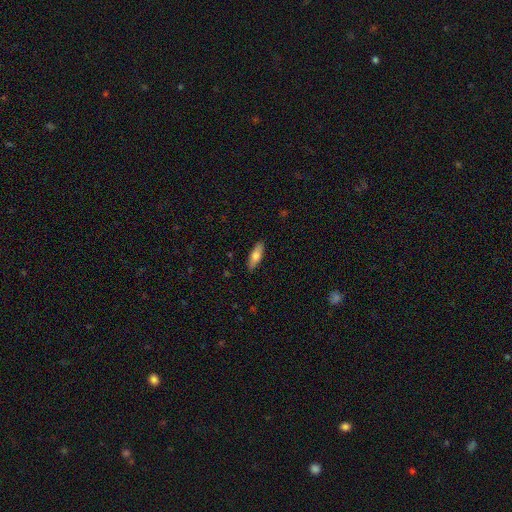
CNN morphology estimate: Smooth or featured?
  - smooth: 71% *
  - featured or disk: 23%
  - star or artifact: 6%
How rounded?
  - in between: 56% *
  - cigar-shaped: 42%
  - round: 2%
Merging?
  - none: 89% *
  - minor disturbance: 8%
  - major disturbance: 2%
  - merger: 1%